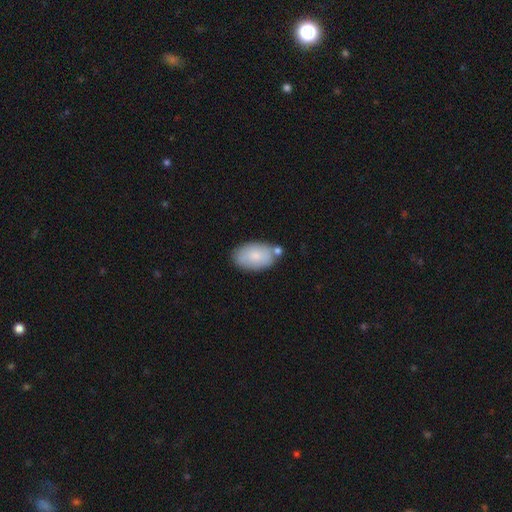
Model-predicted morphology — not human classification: A smooth galaxy with no disk features (79%) that is in between round and cigar-shaped (93%). Merging: none (67%).